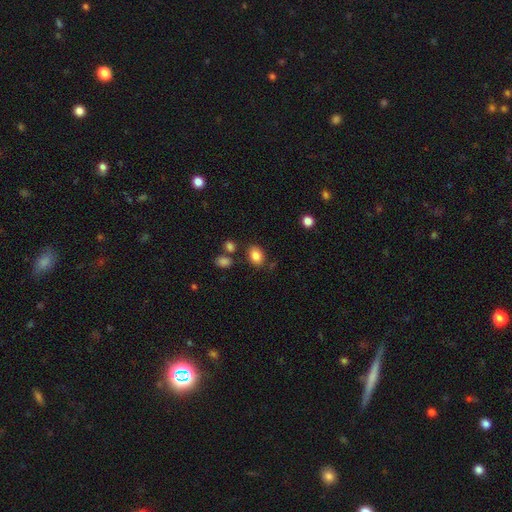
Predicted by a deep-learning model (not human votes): The model was most divided on "how rounded": in between: 68%, round: 31%, cigar-shaped: 1%. More confident: smooth or featured — smooth (84%); merging — none (76%).